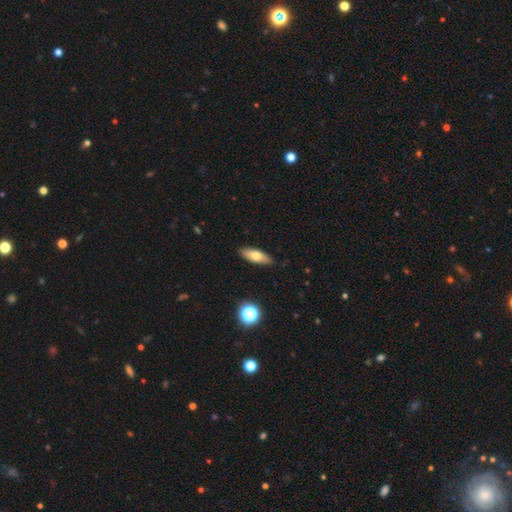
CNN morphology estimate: Smooth or featured? smooth (69%)
How rounded? in between (60%)
Merging? none (88%)